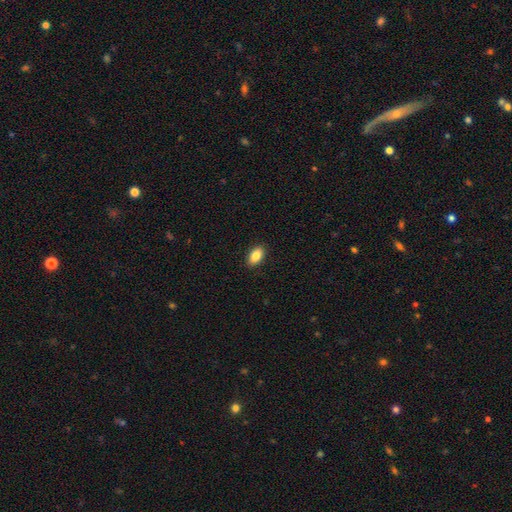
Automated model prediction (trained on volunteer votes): Smooth or featured?
  - smooth: 86% *
  - star or artifact: 7%
  - featured or disk: 6%
How rounded?
  - in between: 91% *
  - round: 6%
  - cigar-shaped: 2%
Merging?
  - none: 90% *
  - minor disturbance: 7%
  - major disturbance: 2%
  - merger: 1%